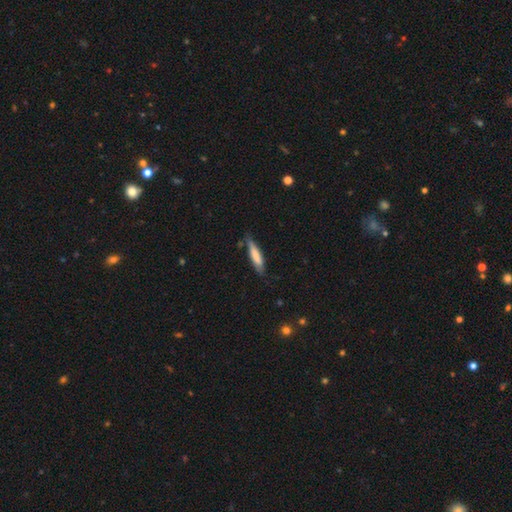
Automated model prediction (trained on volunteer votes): smooth-or-featured: smooth: 74% | featured or disk: 21% | star or artifact: 6%
  how-rounded: cigar-shaped: 81% | in between: 18% | round: 1%
  merging: none: 71% | minor disturbance: 23% | major disturbance: 4% | merger: 3%